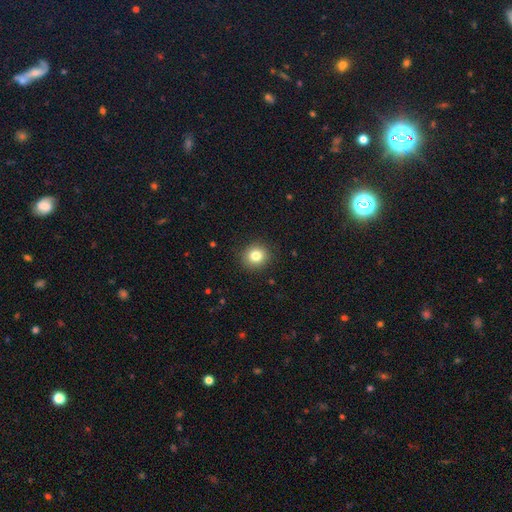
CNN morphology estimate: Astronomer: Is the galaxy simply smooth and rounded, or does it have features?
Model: smooth — 81%.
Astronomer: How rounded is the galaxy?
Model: round — 86%.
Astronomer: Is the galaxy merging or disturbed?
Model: none — 91%.